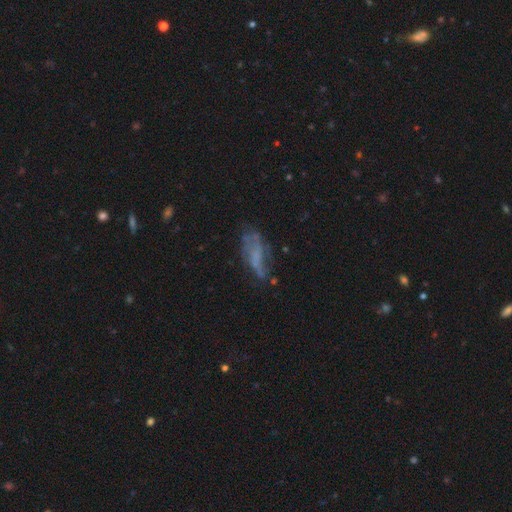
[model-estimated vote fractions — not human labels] Smooth or featured: featured or disk — 48% (smooth — 37%)
Merging: none — 44% (minor disturbance — 27%)